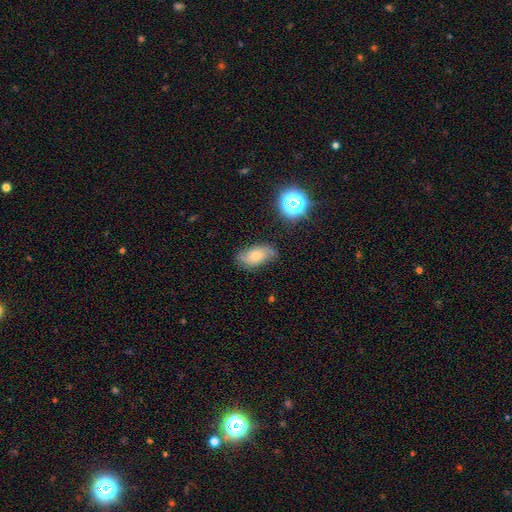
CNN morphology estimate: A featured or disk galaxy (45%). Merging: none (66%).